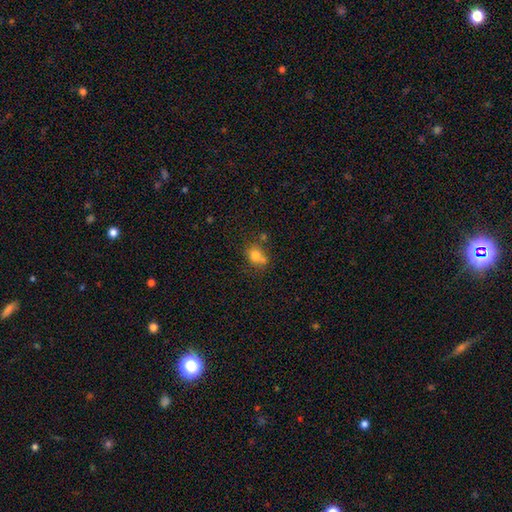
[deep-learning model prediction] Overall: smooth (77%). How rounded: round (50%; in between 48%). Merging: none (46%; merger 28%).